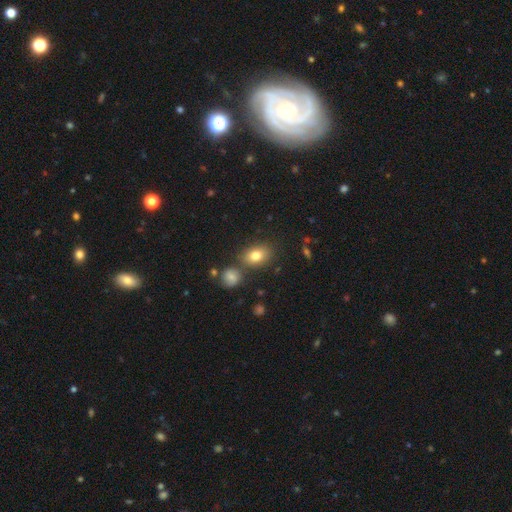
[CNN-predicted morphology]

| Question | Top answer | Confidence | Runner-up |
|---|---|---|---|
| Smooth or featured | smooth | 79% | featured or disk (11%) |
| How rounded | in between | 77% | round (22%) |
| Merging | none | 73% | merger (12%) |